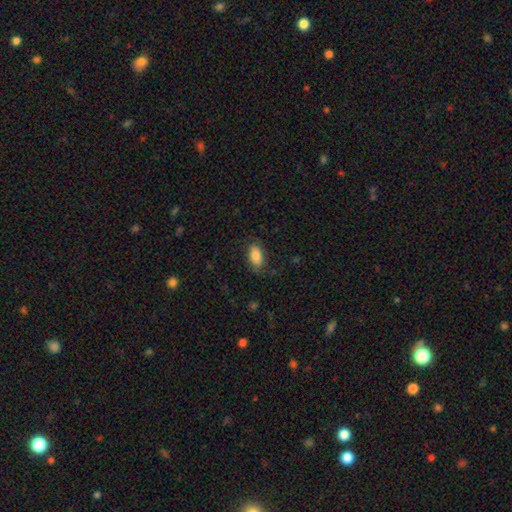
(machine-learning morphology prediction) Smooth or featured?
  - smooth: 81% *
  - featured or disk: 12%
  - star or artifact: 7%
How rounded?
  - in between: 92% *
  - cigar-shaped: 4%
  - round: 4%
Merging?
  - none: 74% *
  - minor disturbance: 19%
  - major disturbance: 7%
  - merger: 1%